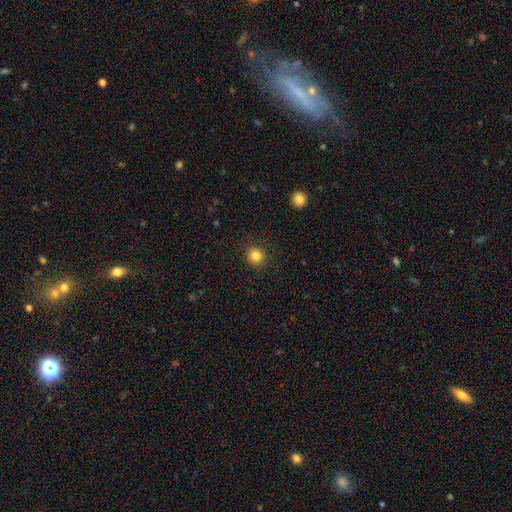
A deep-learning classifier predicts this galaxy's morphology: Smooth or featured: smooth — 84% (star or artifact — 12%)
How rounded: round — 91% (in between — 8%)
Merging: none — 92% (minor disturbance — 5%)